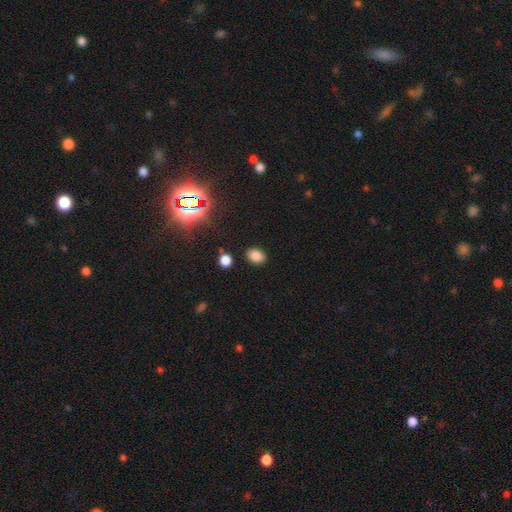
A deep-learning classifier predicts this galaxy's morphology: Smooth or featured? Predicted: smooth (p=0.81). How rounded? Predicted: in between (p=0.74). Merging? Predicted: none (p=0.86).